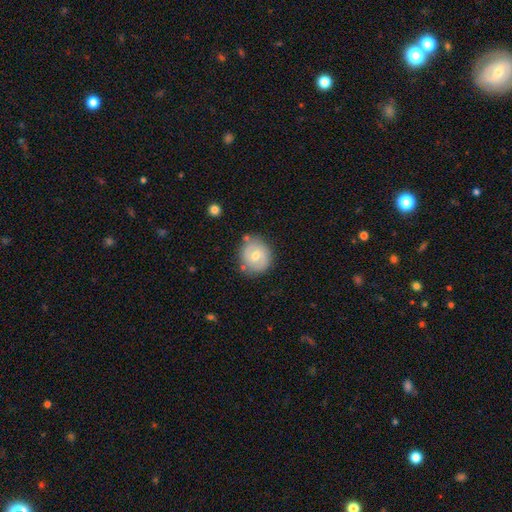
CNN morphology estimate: This appears to be a smooth galaxy with no disk features (54%) that is round (82%). Merging: none (75%).